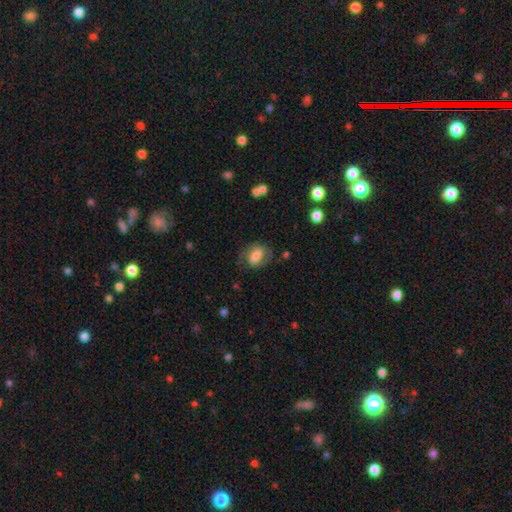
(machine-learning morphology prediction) smooth-or-featured: smooth: 51% | featured or disk: 42% | star or artifact: 8%
  how-rounded: in between: 76% | round: 22% | cigar-shaped: 2%
  merging: none: 66% | minor disturbance: 20% | major disturbance: 12% | merger: 2%